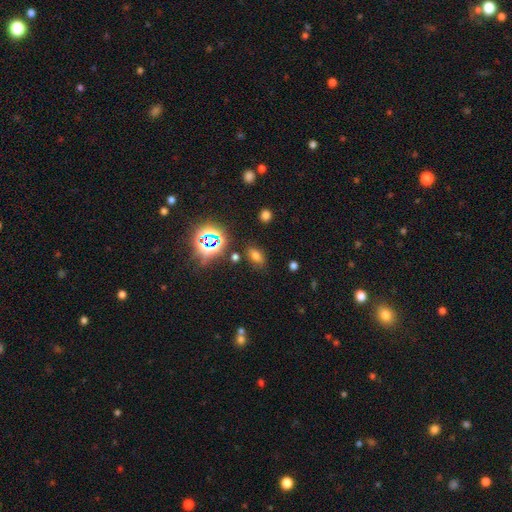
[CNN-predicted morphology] smooth-or-featured: smooth: 61% | star or artifact: 28% | featured or disk: 10%
  how-rounded: in between: 84% | round: 11% | cigar-shaped: 5%
  merging: none: 82% | minor disturbance: 11% | major disturbance: 4% | merger: 4%